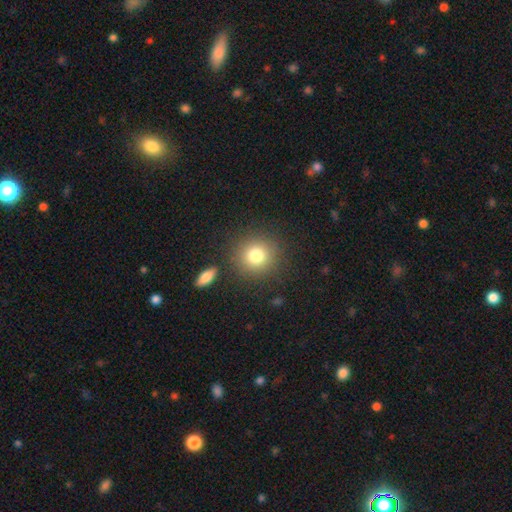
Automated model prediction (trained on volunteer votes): This is likely a smooth galaxy (79%). How rounded: clearly round (89%). Merging: clearly none (85%).